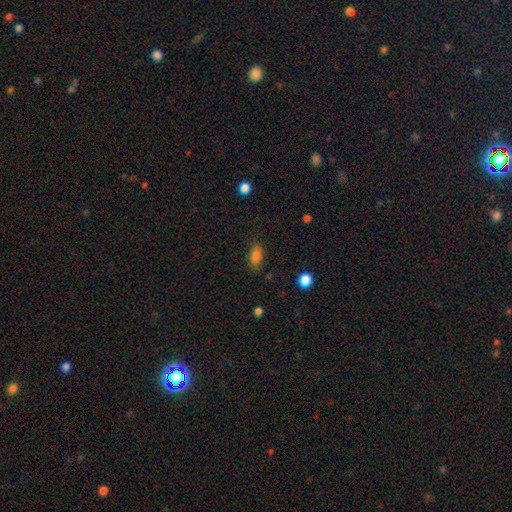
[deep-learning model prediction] smooth 80%, star or artifact 11%, featured or disk 9%. Down the decision tree: how rounded — in between (86%); merging — none (77%).